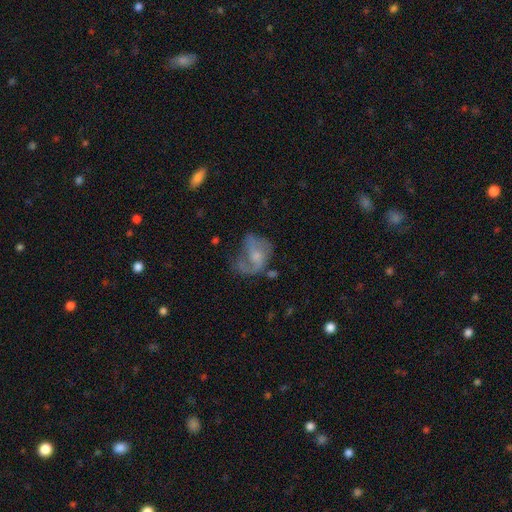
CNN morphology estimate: Smooth or featured? featured or disk (63%)
Edge-on disk? no (97%)
Bar? no (66%)
Spiral arms? yes (71%)
Bulge size? small (44%)
Merging? major disturbance (39%)